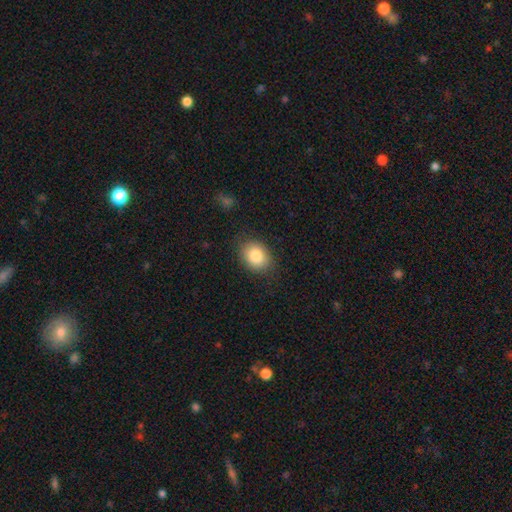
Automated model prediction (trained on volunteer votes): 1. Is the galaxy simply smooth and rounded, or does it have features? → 83% smooth, 9% star or artifact, 8% featured or disk.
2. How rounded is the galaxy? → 50% in between, 49% round, 1% cigar-shaped.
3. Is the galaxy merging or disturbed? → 84% none, 12% minor disturbance, 3% major disturbance, 1% merger.